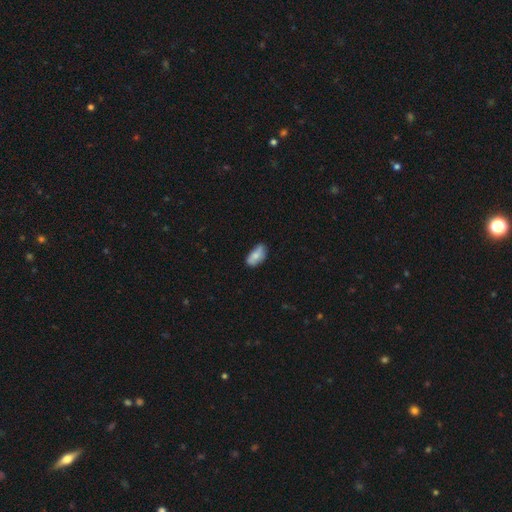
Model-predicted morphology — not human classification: type=smooth (77%); roundness=in between (92%); merging=none (64%).